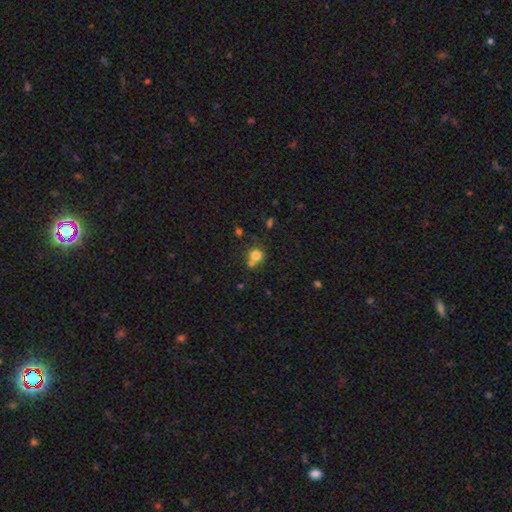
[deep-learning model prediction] Smooth or featured?
  - smooth: 78% *
  - star or artifact: 13%
  - featured or disk: 9%
How rounded?
  - round: 86% *
  - in between: 13%
  - cigar-shaped: 1%
Merging?
  - none: 51% *
  - merger: 35%
  - minor disturbance: 10%
  - major disturbance: 4%